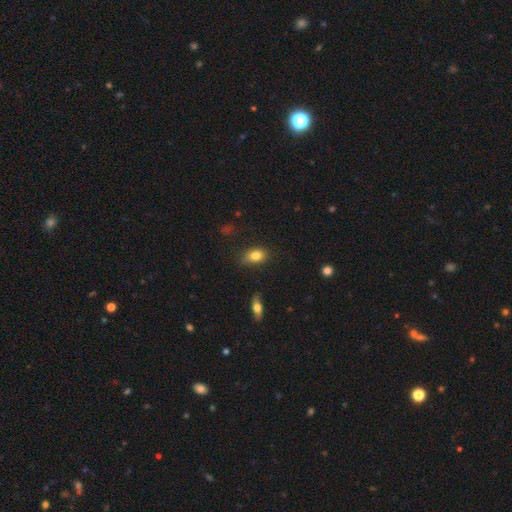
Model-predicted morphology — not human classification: This appears to be a smooth galaxy with no disk features (80%) that is in between round and cigar-shaped (79%). Merging: none (69%).